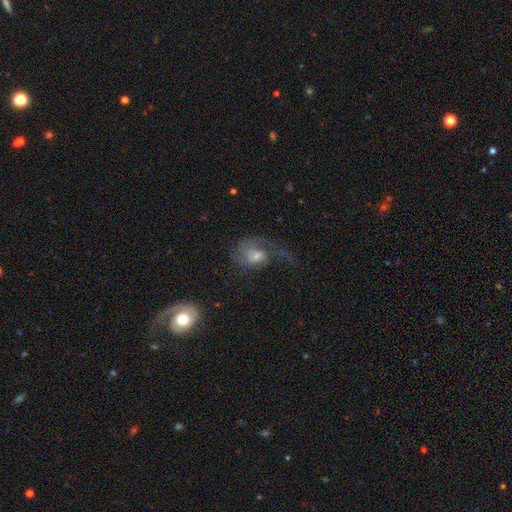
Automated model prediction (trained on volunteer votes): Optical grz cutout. It shows a featured or disk galaxy (62%) with no bar (64%), spiral arms (83%) and a moderate central bulge (48%). Merging: major disturbance (46%).